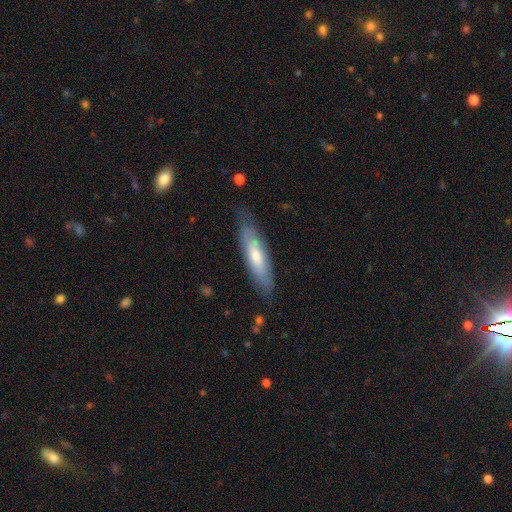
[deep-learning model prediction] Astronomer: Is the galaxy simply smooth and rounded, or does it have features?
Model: smooth — 58% (runner-up: featured or disk, 37%).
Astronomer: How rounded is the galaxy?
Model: cigar-shaped — 66%.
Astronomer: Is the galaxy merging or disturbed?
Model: none — 77%.